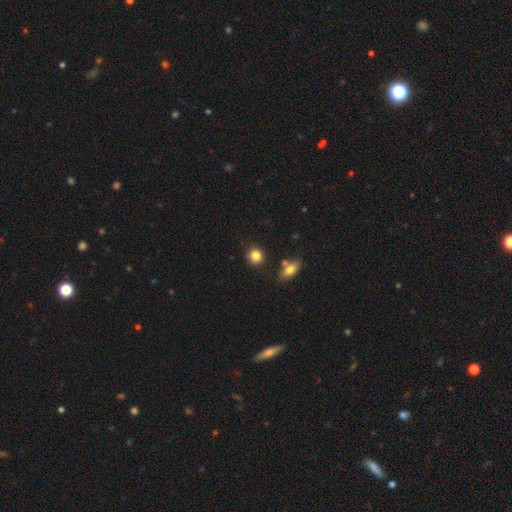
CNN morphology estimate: Smooth or featured? smooth (84%)
How rounded? round (78%)
Merging? none (79%)